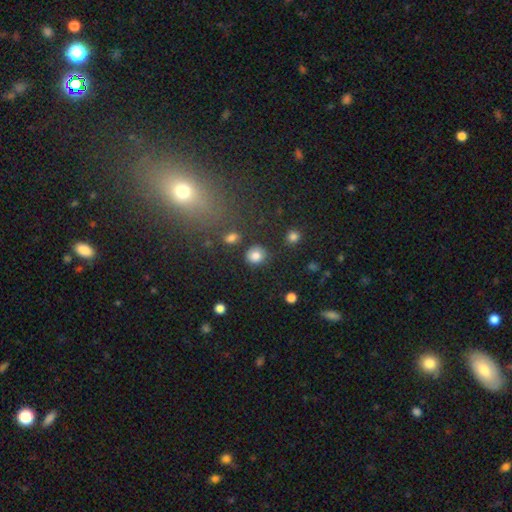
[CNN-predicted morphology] type=smooth (83%); roundness=round (86%); merging=none (82%).